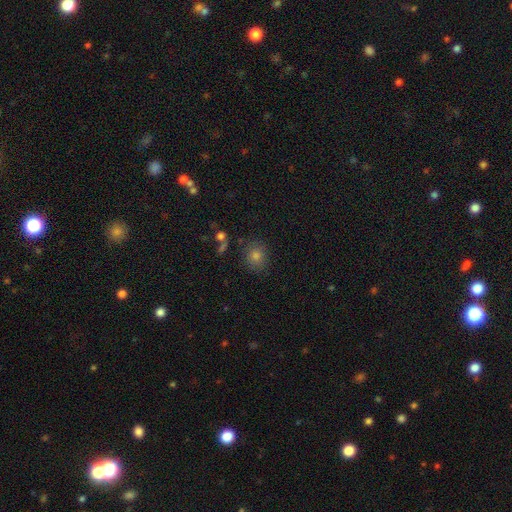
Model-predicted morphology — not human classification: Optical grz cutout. It shows a smooth galaxy with no disk features (74%) that is round (79%). Merging: none (83%).